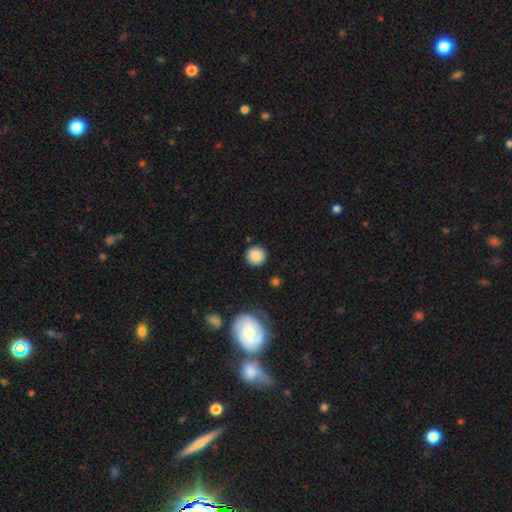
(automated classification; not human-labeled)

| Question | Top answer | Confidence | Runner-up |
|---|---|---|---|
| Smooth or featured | smooth | 87% | star or artifact (9%) |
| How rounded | round | 94% | in between (5%) |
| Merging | none | 88% | minor disturbance (7%) |